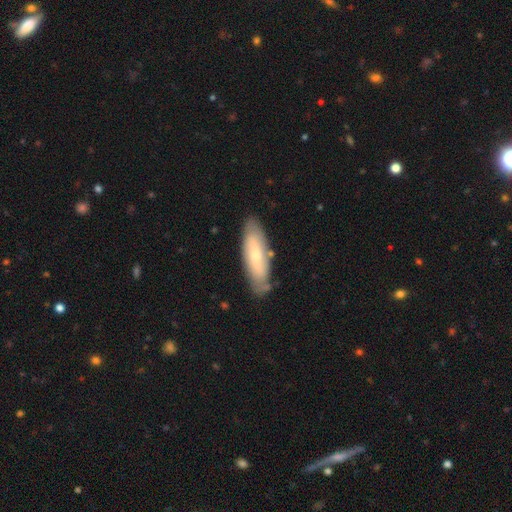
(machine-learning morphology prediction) Overall: smooth (50%; featured or disk 44%). Merging: none (77%).